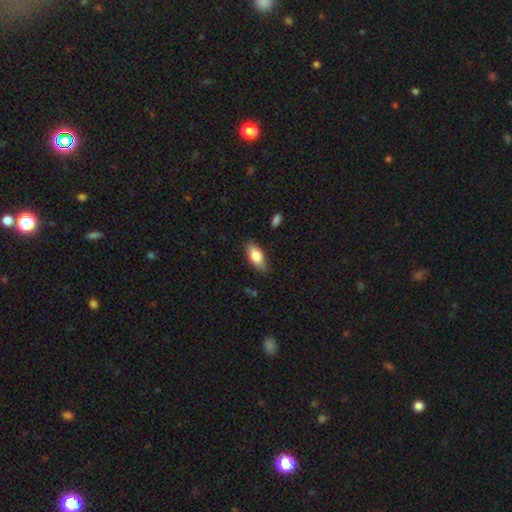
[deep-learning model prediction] The model was most divided on "merging": none: 78%, minor disturbance: 18%, major disturbance: 3%, merger: 2%. More confident: how rounded — in between (86%); smooth or featured — smooth (80%).